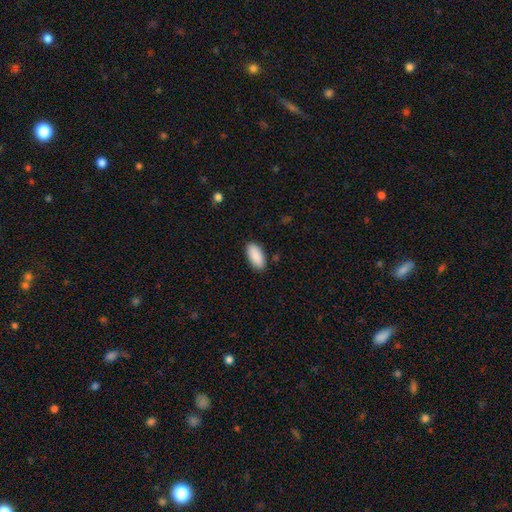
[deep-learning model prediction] smooth 91%, star or artifact 6%, featured or disk 3%. Down the decision tree: how rounded — in between (90%); merging — none (88%).